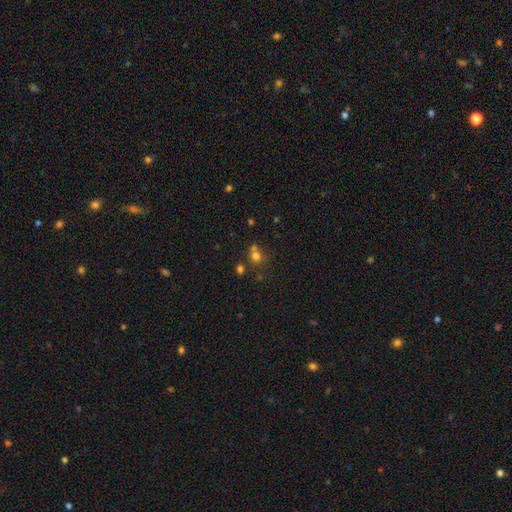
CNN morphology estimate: Overall: smooth (70%). How rounded: round (81%). Merging: none (52%; merger 36%).